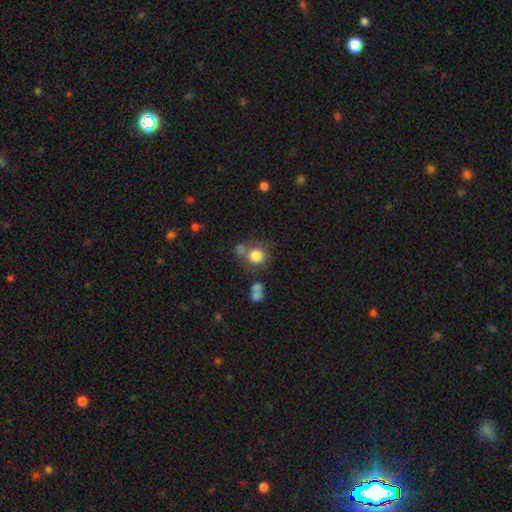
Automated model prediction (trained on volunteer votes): Smooth or featured? smooth (80%)
How rounded? round (86%)
Merging? none (56%)